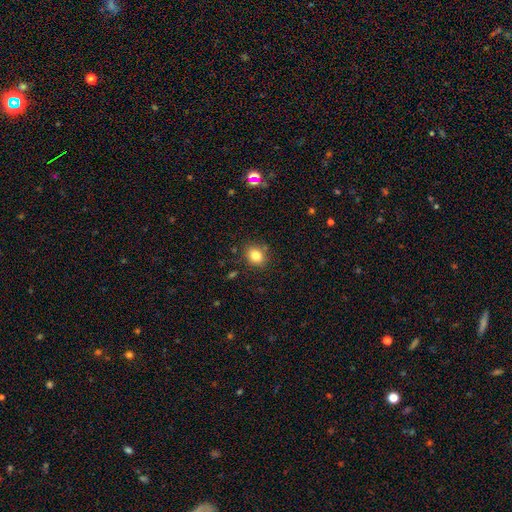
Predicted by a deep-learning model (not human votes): Smooth or featured? Predicted: smooth (p=0.82). How rounded? Predicted: round (p=0.63). Merging? Predicted: none (p=0.83).